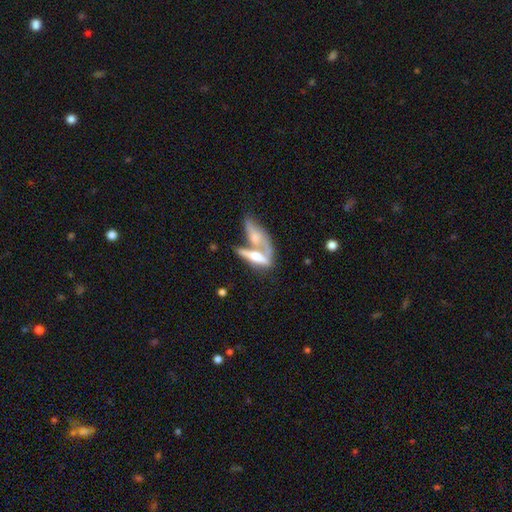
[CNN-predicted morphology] The model was most divided on "smooth or featured": featured or disk: 52%, smooth: 41%, star or artifact: 7%. More confident: merging — merger (64%); edge-on disk — yes (63%).